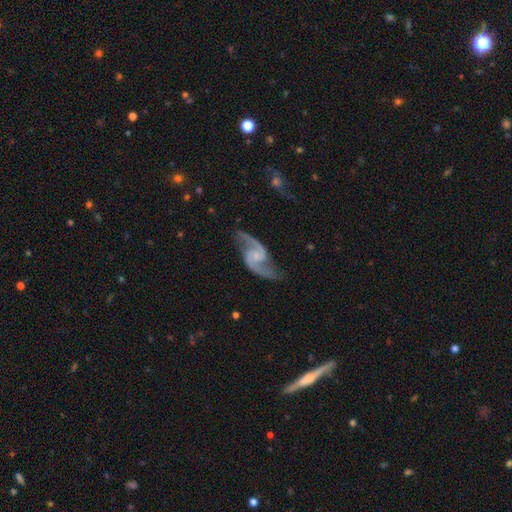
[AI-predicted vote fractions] Smooth or featured: featured or disk — 92% (star or artifact — 4%)
Edge-on disk: no — 98% (yes — 2%)
Bar: no — 51% (weak — 39%)
Spiral arms: yes — 98% (no — 2%)
Spiral winding: loose — 52% (medium — 40%)
Spiral arm count: 2 — 94% (can't tell — 1%)
Bulge size: small — 59% (none — 20%)
Merging: none — 76% (minor disturbance — 15%)